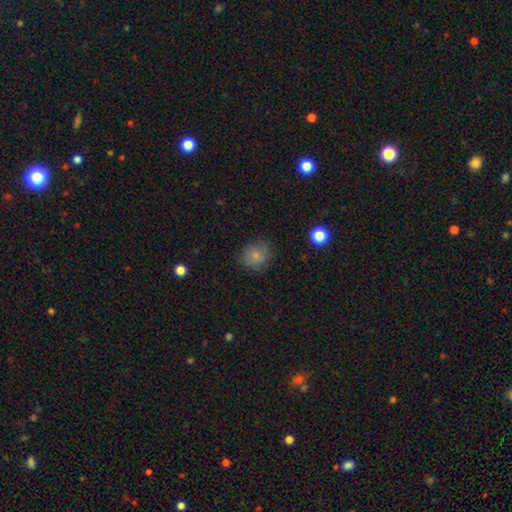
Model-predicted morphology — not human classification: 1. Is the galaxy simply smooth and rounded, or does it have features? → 78% smooth, 12% featured or disk, 10% star or artifact.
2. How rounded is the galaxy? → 77% round, 22% in between, 1% cigar-shaped.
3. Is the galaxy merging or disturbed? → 78% none, 16% minor disturbance, 4% major disturbance, 1% merger.